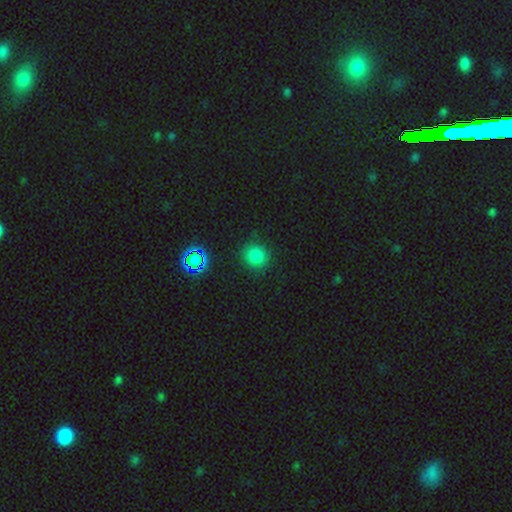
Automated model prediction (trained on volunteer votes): The model was most divided on "smooth or featured": smooth: 78%, star or artifact: 17%, featured or disk: 5%. More confident: how rounded — round (91%); merging — none (88%).